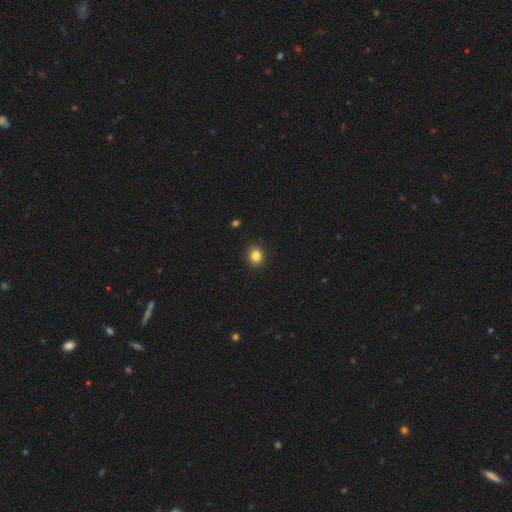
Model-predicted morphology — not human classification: Overall: smooth (84%). How rounded: round (83%). Merging: none (92%).